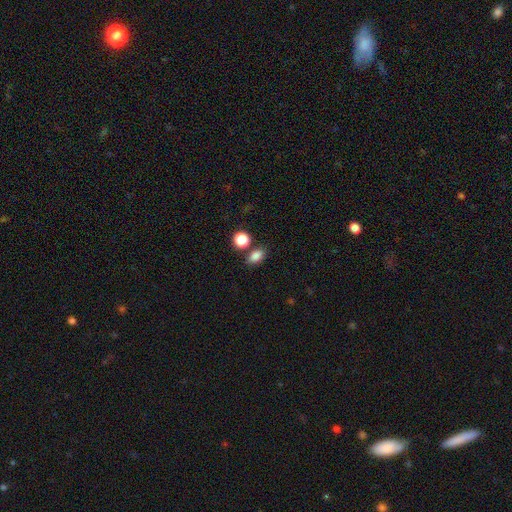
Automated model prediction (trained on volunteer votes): Overall: smooth (84%). How rounded: in between (76%). Merging: none (72%).